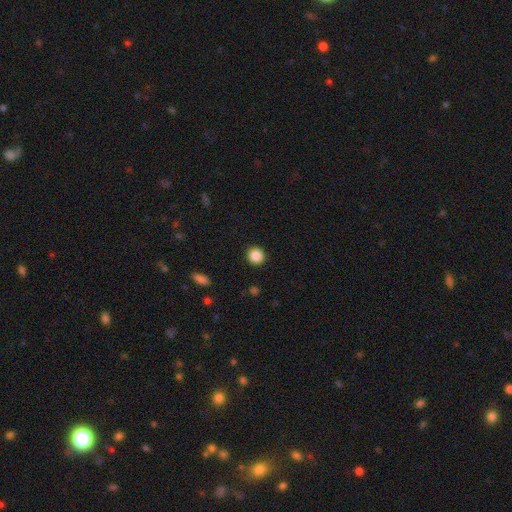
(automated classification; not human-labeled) Smooth or featured? smooth (88%)
How rounded? round (92%)
Merging? none (92%)